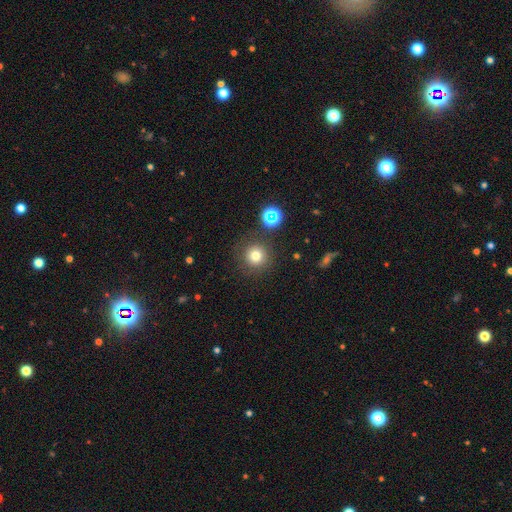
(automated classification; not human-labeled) Smooth or featured? smooth (75%)
How rounded? round (95%)
Merging? none (85%)